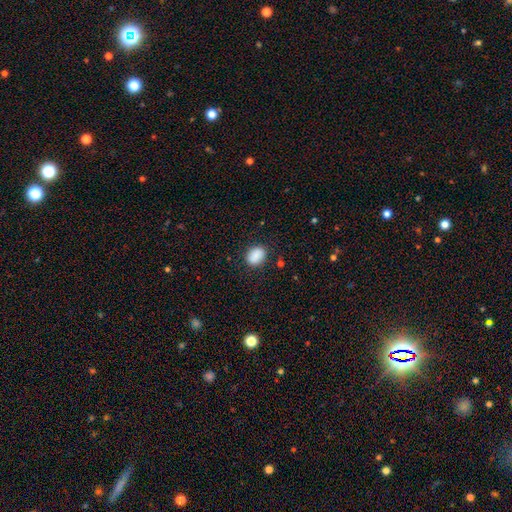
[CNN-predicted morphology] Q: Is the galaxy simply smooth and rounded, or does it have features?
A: smooth — 88%.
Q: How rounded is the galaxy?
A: in between — 64%.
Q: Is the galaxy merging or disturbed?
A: none — 84%.